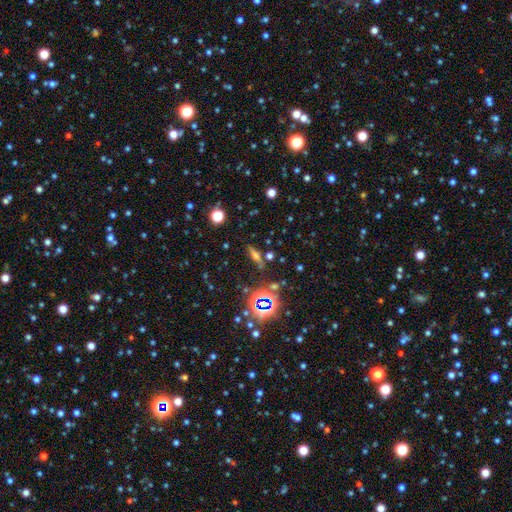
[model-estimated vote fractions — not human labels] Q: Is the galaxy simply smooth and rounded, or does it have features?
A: smooth — 40%.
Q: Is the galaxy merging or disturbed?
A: none — 77%.